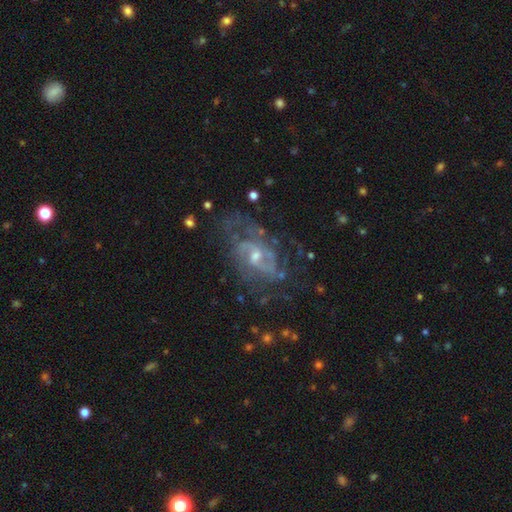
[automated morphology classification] Smooth or featured? Predicted: featured or disk (p=0.83). Edge-on disk? Predicted: no (p=0.96). Bar? Predicted: no (p=0.47). Spiral arms? Predicted: yes (p=0.88). Spiral winding? Predicted: medium (p=0.43). Spiral arm count? Predicted: 2 (p=0.41). Bulge size? Predicted: moderate (p=0.49). Merging? Predicted: none (p=0.63).